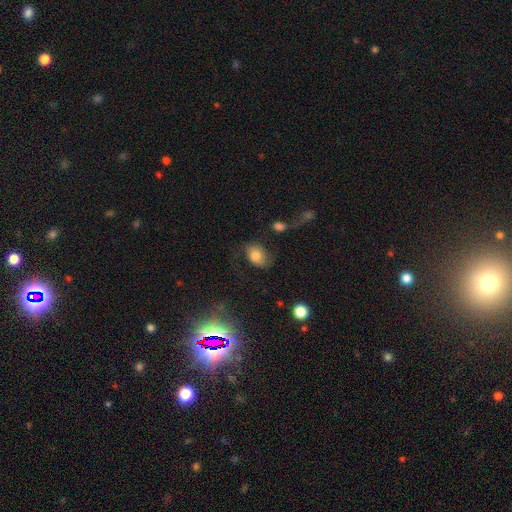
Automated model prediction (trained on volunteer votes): Smooth or featured? Predicted: smooth (p=0.68). How rounded? Predicted: in between (p=0.79). Merging? Predicted: none (p=0.57).